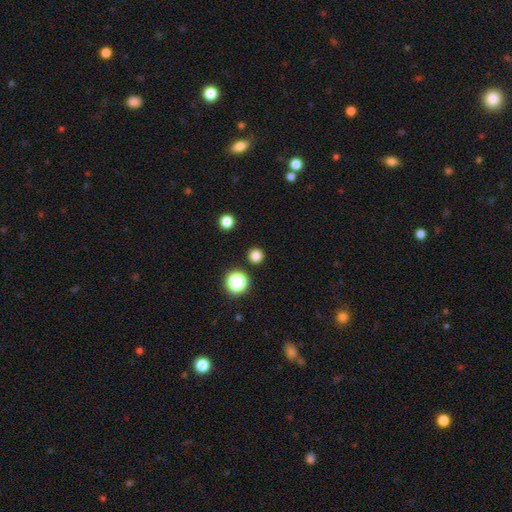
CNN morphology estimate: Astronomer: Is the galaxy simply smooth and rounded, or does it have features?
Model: smooth — 79%.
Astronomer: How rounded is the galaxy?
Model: round — 95%.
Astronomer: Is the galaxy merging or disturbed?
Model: none — 91%.